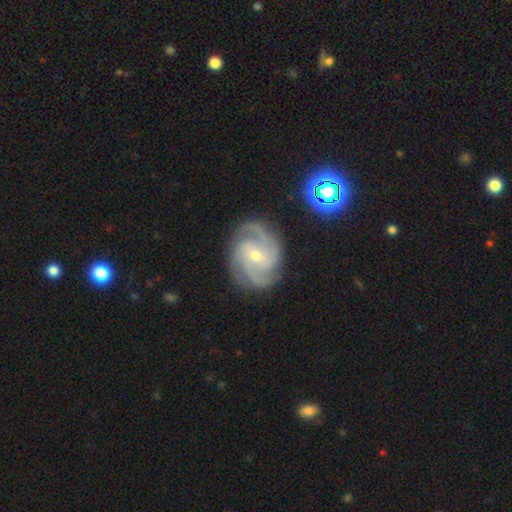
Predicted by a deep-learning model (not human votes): Smooth or featured: featured or disk — 89% (smooth — 5%)
Edge-on disk: no — 98% (yes — 2%)
Bar: weak — 47% (no — 37%)
Spiral arms: yes — 98% (no — 2%)
Spiral winding: medium — 46% (tight — 45%)
Spiral arm count: 3 — 46% (2 — 22%)
Bulge size: small — 60% (moderate — 37%)
Merging: none — 80% (minor disturbance — 14%)